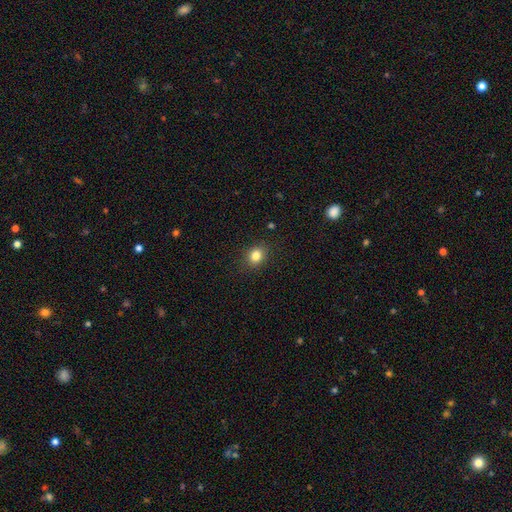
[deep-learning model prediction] Overall: smooth (82%). How rounded: round (67%; in between 32%). Merging: none (88%).